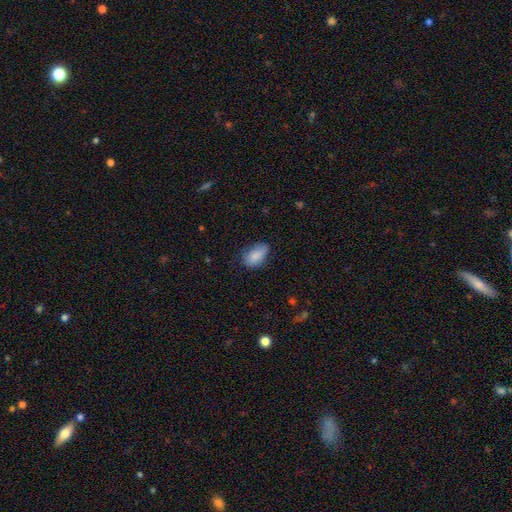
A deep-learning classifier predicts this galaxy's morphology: Smooth or featured? Predicted: smooth (p=0.86). How rounded? Predicted: in between (p=0.91). Merging? Predicted: none (p=0.65).